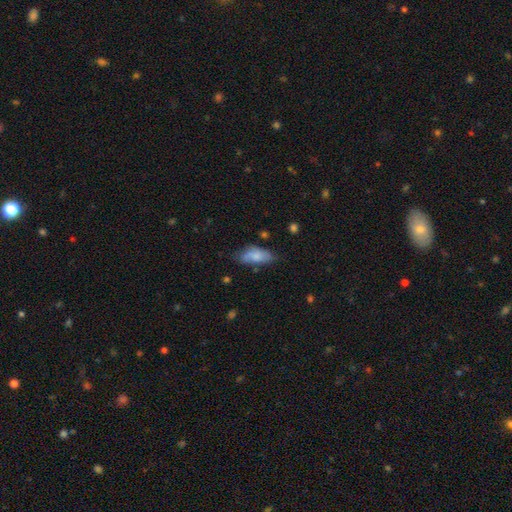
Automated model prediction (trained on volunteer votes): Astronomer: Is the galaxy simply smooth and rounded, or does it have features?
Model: smooth — 72%.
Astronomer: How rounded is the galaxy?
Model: in between — 85%.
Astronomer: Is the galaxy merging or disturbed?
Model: none — 53% (runner-up: minor disturbance, 33%).